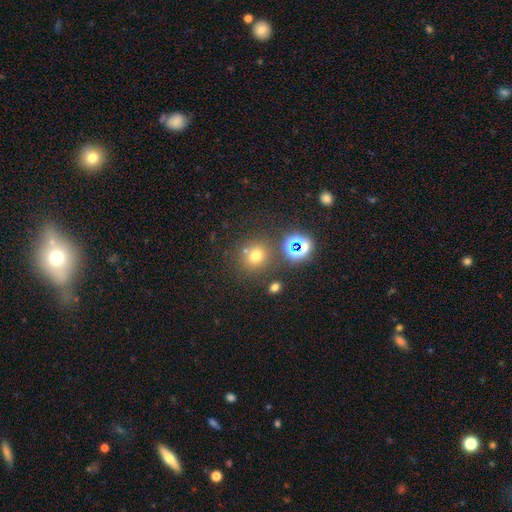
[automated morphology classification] Overall: smooth (66%). How rounded: round (87%). Merging: none (74%).